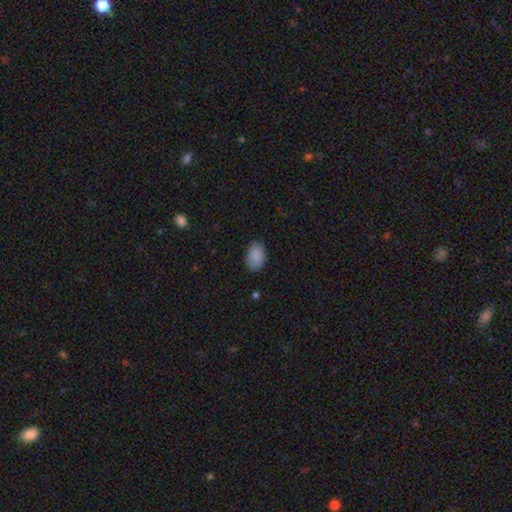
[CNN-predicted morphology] A smooth galaxy with no disk features (88%) that is in between round and cigar-shaped (89%). Merging: none (82%).